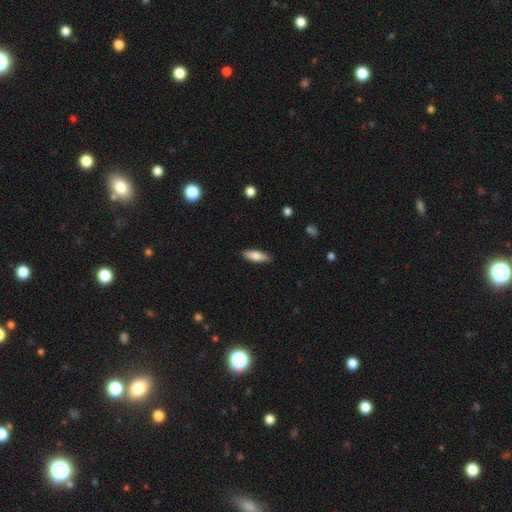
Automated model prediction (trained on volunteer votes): Smooth or featured? smooth (79%)
How rounded? in between (58%)
Merging? none (87%)